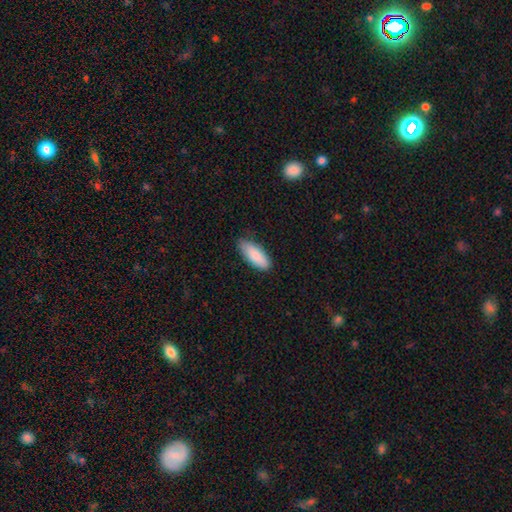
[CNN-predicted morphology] smooth 87%, featured or disk 7%, star or artifact 6%. Down the decision tree: how rounded — in between (72%); merging — none (80%).